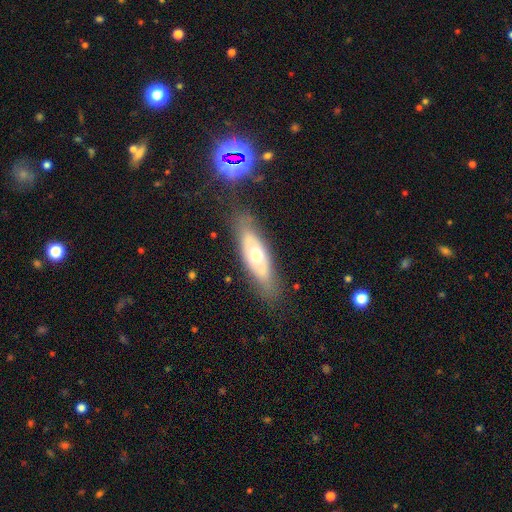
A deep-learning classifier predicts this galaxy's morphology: Overall: featured or disk (53%; smooth 40%). Edge-on disk: no (68%; yes 32%). Merging: none (77%).